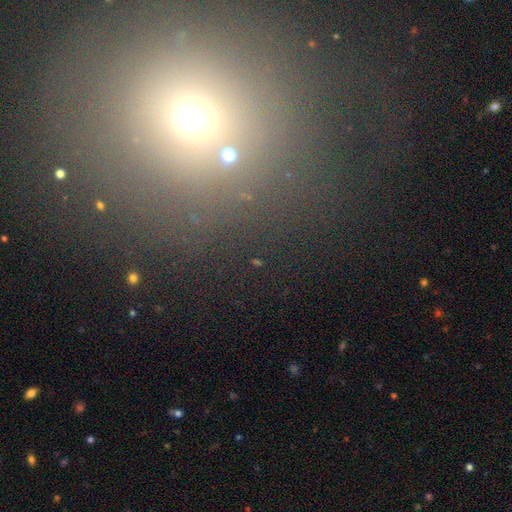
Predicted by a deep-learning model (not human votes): Smooth or featured? Predicted: smooth (p=0.49). Merging? Predicted: none (p=0.78).